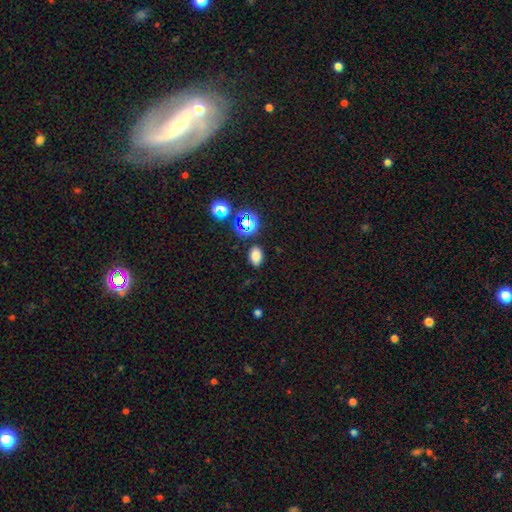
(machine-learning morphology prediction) Overall: smooth (75%). How rounded: in between (82%). Merging: none (84%).